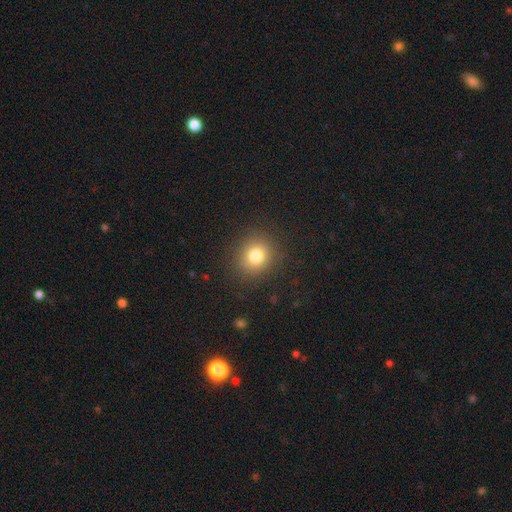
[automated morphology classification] type=smooth (79%); roundness=round (82%); merging=none (89%).